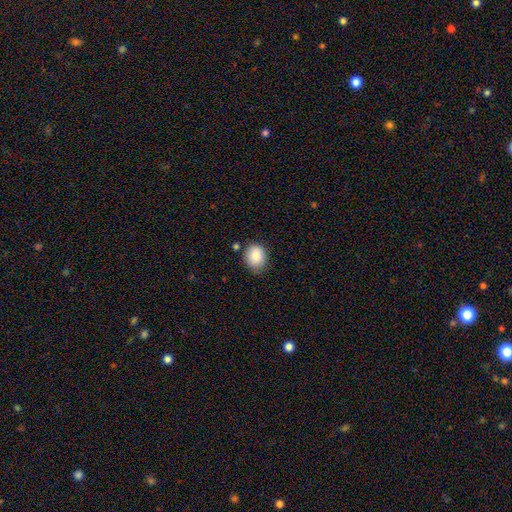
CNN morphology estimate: Smooth or featured? Predicted: smooth (p=0.86). How rounded? Predicted: round (p=0.54). Merging? Predicted: none (p=0.74).